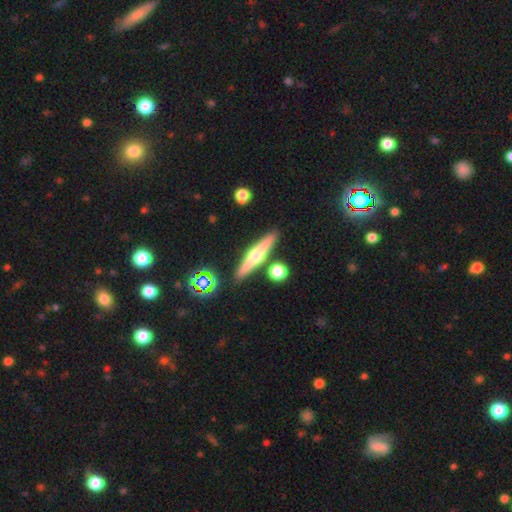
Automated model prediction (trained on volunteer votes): Smooth or featured? featured or disk (65%)
Edge-on disk? yes (97%)
Edge-on bulge? rounded (94%)
Merging? none (85%)